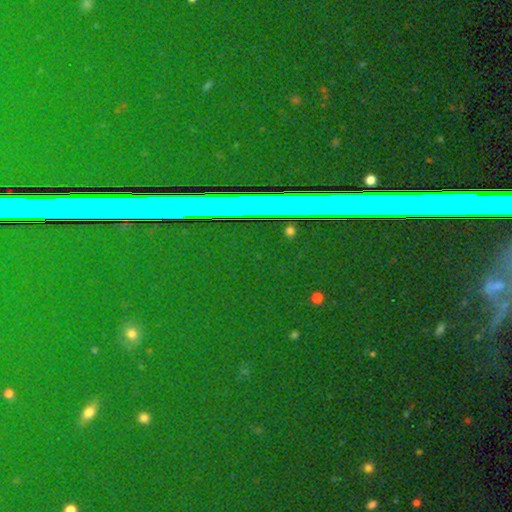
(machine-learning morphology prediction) Smooth or featured? Predicted: star or artifact (p=0.87).